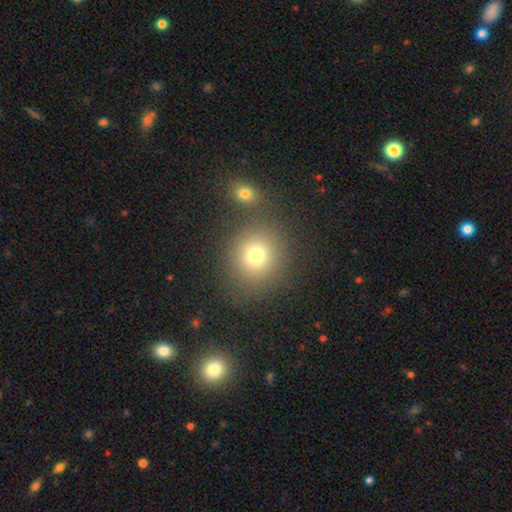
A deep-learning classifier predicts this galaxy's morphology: Smooth or featured? smooth (74%)
How rounded? round (84%)
Merging? none (73%)